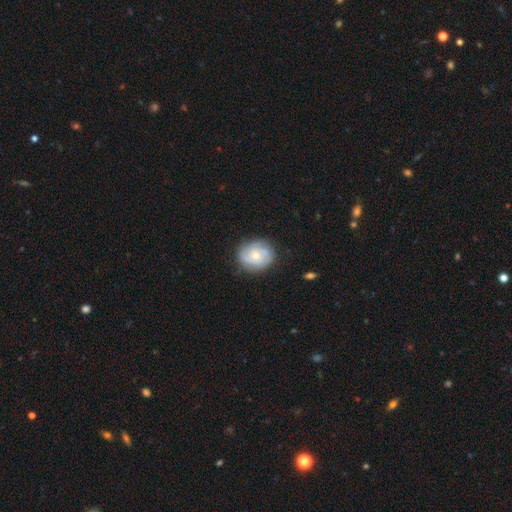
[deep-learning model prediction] Smooth or featured? Predicted: featured or disk (p=0.66). Edge-on disk? Predicted: no (p=0.98). Bar? Predicted: no (p=0.75). Spiral arms? Predicted: yes (p=0.86). Spiral winding? Predicted: tight (p=0.57). Spiral arm count? Predicted: 2 (p=0.32). Bulge size? Predicted: moderate (p=0.48). Merging? Predicted: none (p=0.75).